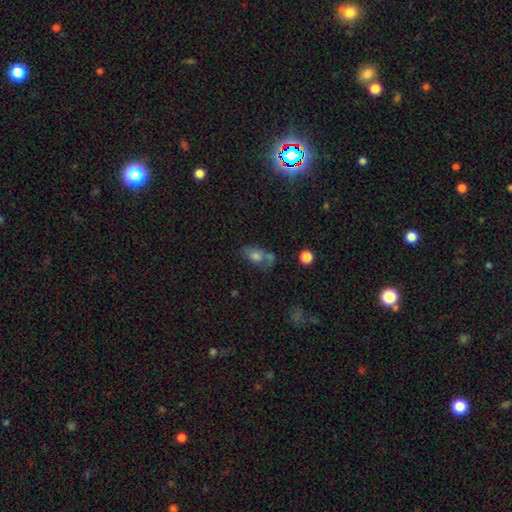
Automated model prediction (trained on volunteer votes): Smooth or featured: smooth — 67% (featured or disk — 20%)
How rounded: in between — 82% (round — 13%)
Merging: none — 38% (merger — 28%)